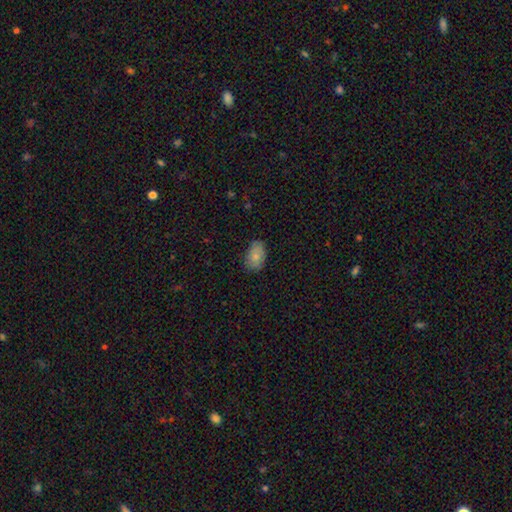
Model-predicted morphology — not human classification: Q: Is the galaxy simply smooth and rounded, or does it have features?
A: smooth — 82%.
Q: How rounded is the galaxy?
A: in between — 88%.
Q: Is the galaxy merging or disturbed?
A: none — 77%.